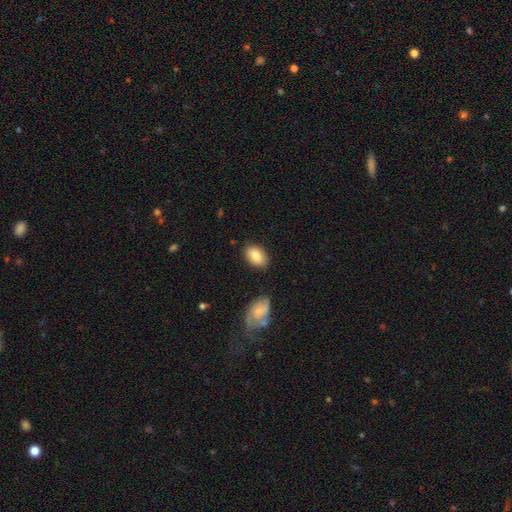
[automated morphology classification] Smooth or featured? smooth (85%)
How rounded? in between (90%)
Merging? none (80%)